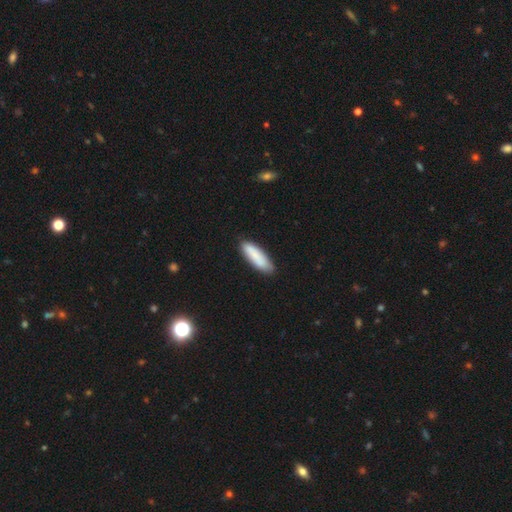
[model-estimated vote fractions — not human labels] smooth 85%, featured or disk 9%, star or artifact 5%. Down the decision tree: how rounded — cigar-shaped (56%); merging — none (82%).